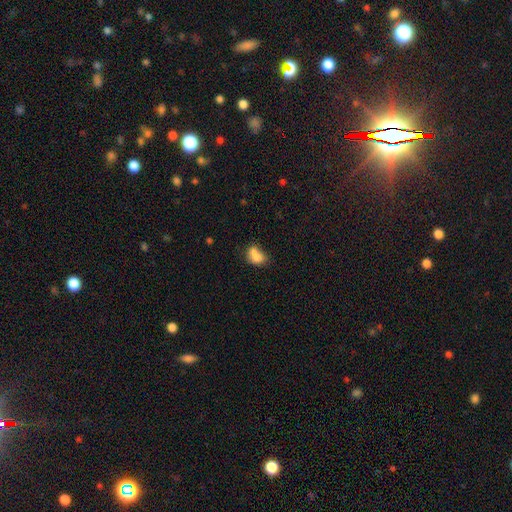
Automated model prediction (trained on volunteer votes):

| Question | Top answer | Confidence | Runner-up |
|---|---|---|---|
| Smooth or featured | smooth | 75% | featured or disk (15%) |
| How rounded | in between | 70% | round (28%) |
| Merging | merger | 50% | none (27%) |